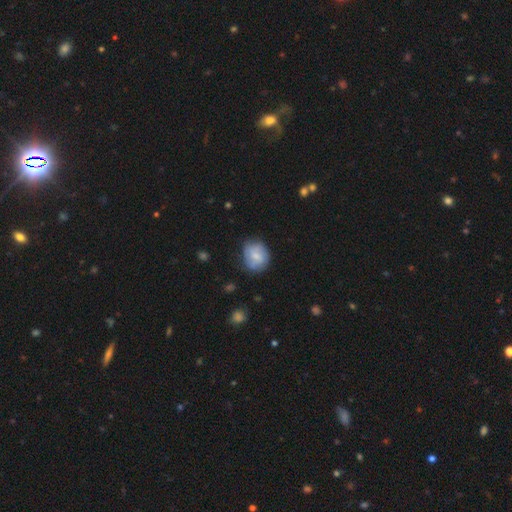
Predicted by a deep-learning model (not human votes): Smooth or featured? Predicted: smooth (p=0.55). How rounded? Predicted: round (p=0.65). Merging? Predicted: none (p=0.67).